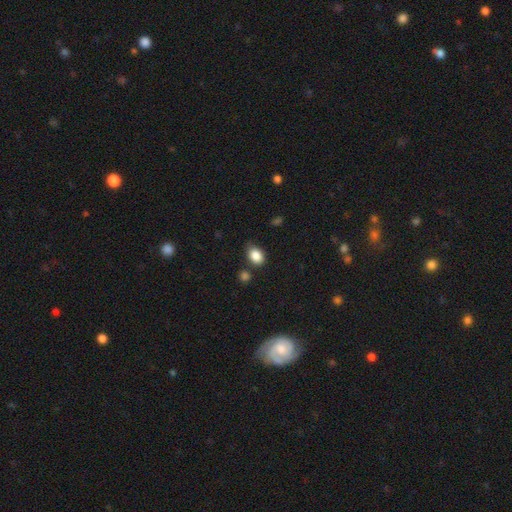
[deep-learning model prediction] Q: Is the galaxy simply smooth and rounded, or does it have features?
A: smooth — 87%.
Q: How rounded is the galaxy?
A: in between — 77%.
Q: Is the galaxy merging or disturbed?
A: none — 71%.